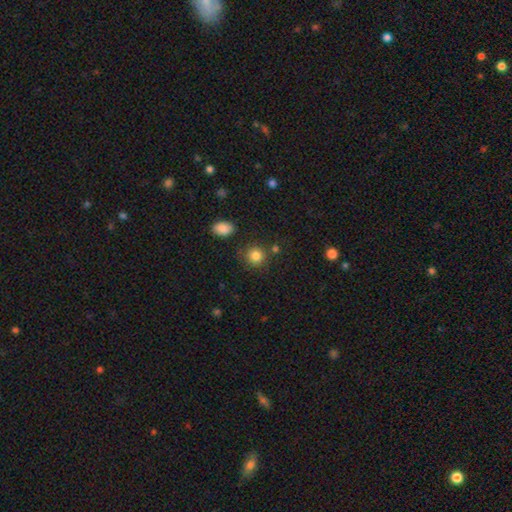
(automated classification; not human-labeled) The model was most divided on "merging": none: 81%, minor disturbance: 10%, merger: 6%, major disturbance: 4%. More confident: how rounded — round (89%); smooth or featured — smooth (84%).